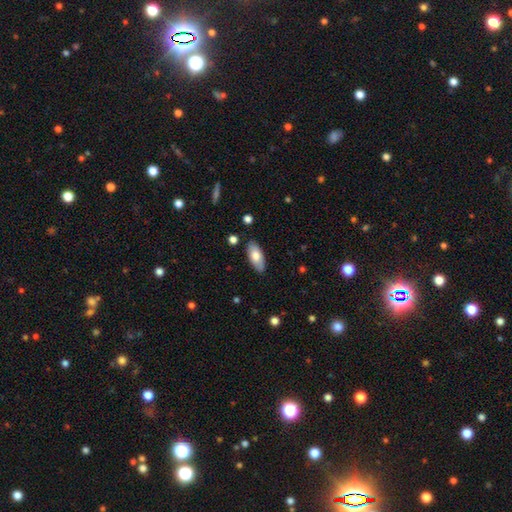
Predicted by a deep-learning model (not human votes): A smooth galaxy with no disk features (73%) that is in between round and cigar-shaped (87%). Merging: none (86%).